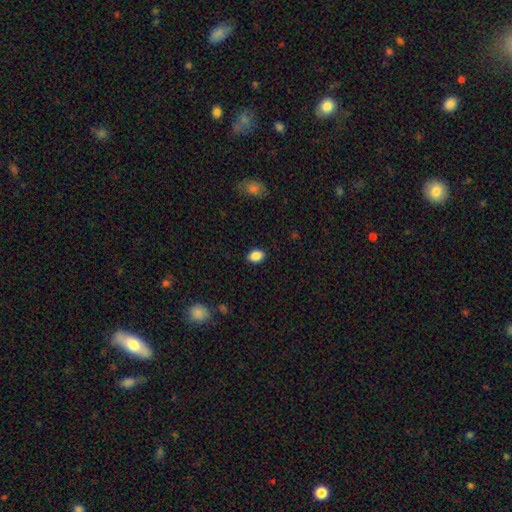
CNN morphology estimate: A smooth galaxy with no disk features (87%) that is in between round and cigar-shaped (77%).

Vote fractions:
- Smooth or featured? smooth: 87% / star or artifact: 8% / featured or disk: 4%
- How rounded? in between: 77% / round: 22% / cigar-shaped: 1%
- Merging? none: 87% / minor disturbance: 10% / major disturbance: 2% / merger: 1%